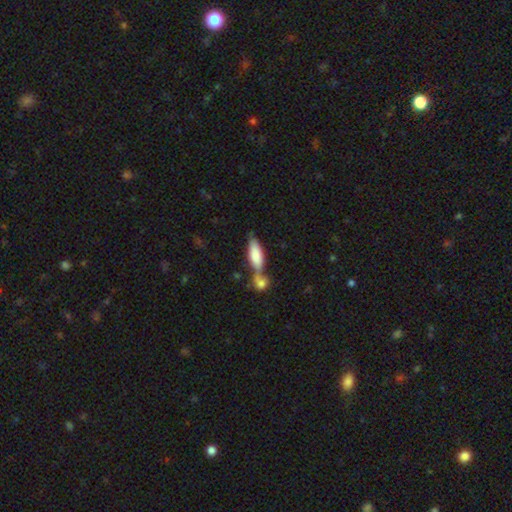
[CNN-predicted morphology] Smooth or featured? Predicted: smooth (p=0.77). How rounded? Predicted: in between (p=0.66). Merging? Predicted: merger (p=0.42).